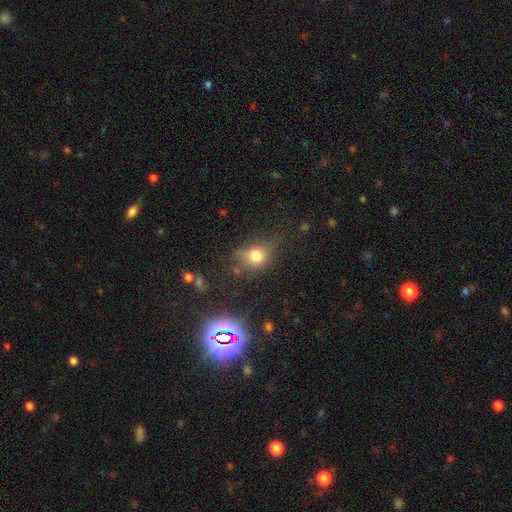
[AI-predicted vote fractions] Smooth or featured?
  - smooth: 71% *
  - star or artifact: 16%
  - featured or disk: 14%
How rounded?
  - round: 52% *
  - in between: 46%
  - cigar-shaped: 3%
Merging?
  - none: 49% *
  - minor disturbance: 29%
  - major disturbance: 16%
  - merger: 6%